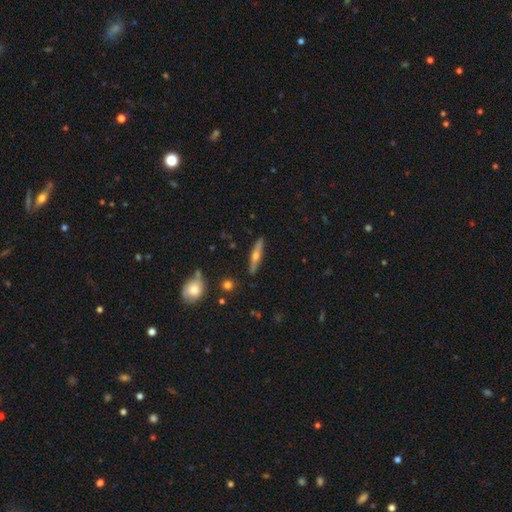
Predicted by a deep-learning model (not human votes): Morphology: type=featured or disk (59%); edge-on=yes (95%); edge-on bulge=rounded (92%); merging=none (88%).